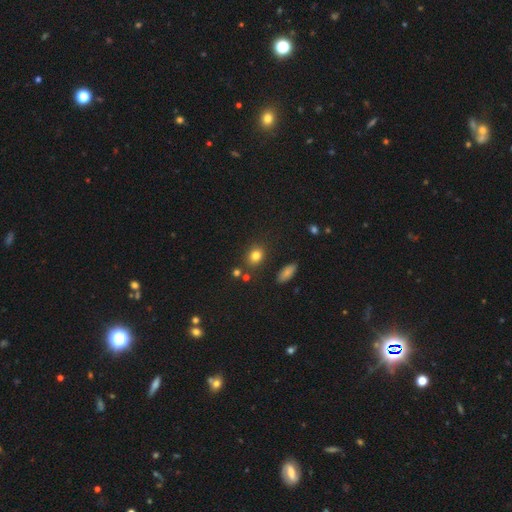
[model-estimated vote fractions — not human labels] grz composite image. It shows a smooth galaxy with no disk features (80%) that is round (54%). Merging: none (79%).